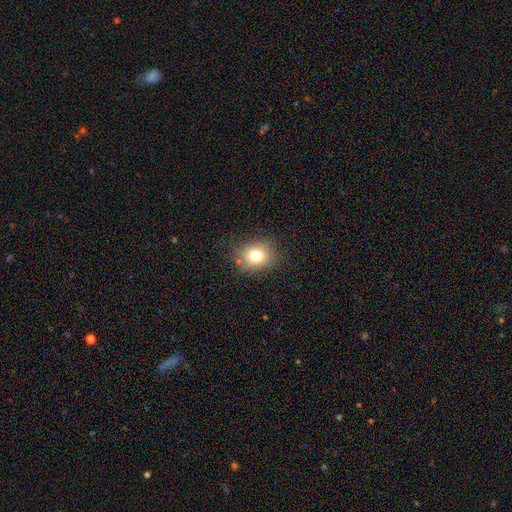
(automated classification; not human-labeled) Smooth or featured? Predicted: smooth (p=0.75). How rounded? Predicted: round (p=0.62). Merging? Predicted: none (p=0.78).